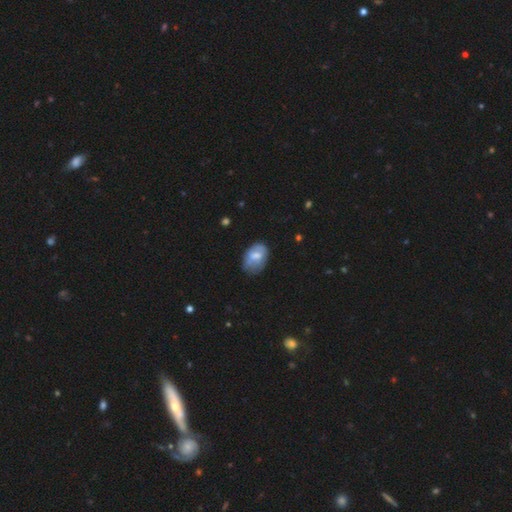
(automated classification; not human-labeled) Q: Smooth or featured?
A: smooth (58%); runner-up: featured or disk (34%)
Q: How rounded?
A: in between (83%); runner-up: round (15%)
Q: Merging?
A: none (54%); runner-up: minor disturbance (32%)